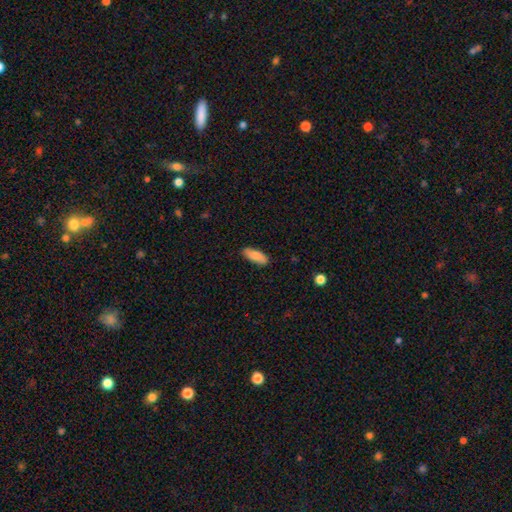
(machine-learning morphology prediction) Smooth or featured? Predicted: smooth (p=0.83). How rounded? Predicted: in between (p=0.75). Merging? Predicted: none (p=0.87).